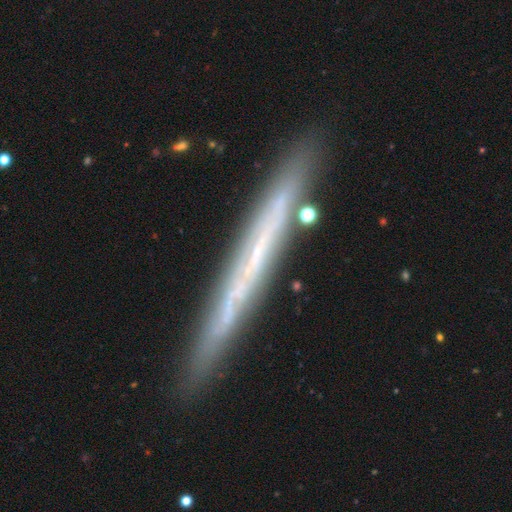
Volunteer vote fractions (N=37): Morphology: type=featured or disk (65%); edge-on=yes (100%); edge-on bulge=none (100%); merging=none (97%).